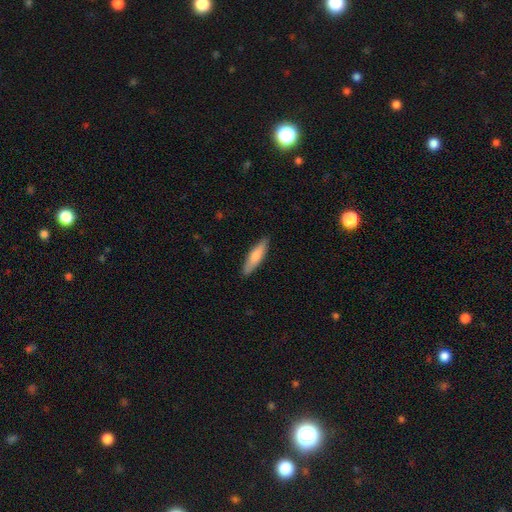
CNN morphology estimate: Q: Smooth or featured?
A: smooth (72%); runner-up: featured or disk (23%)
Q: How rounded?
A: cigar-shaped (73%); runner-up: in between (26%)
Q: Merging?
A: none (89%); runner-up: minor disturbance (9%)